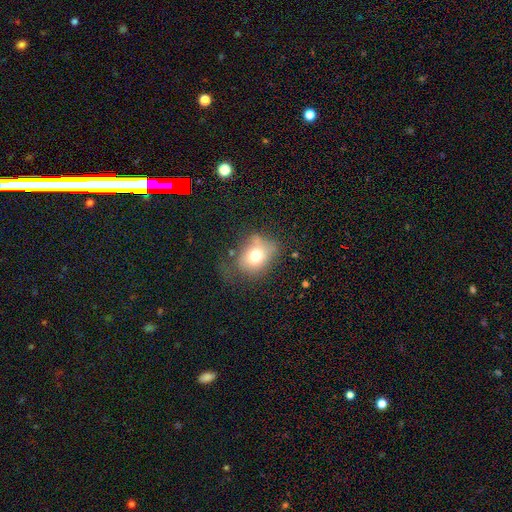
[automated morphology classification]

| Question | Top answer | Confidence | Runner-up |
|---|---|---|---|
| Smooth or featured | smooth | 70% | featured or disk (19%) |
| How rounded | in between | 52% | round (47%) |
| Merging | none | 47% | minor disturbance (30%) |